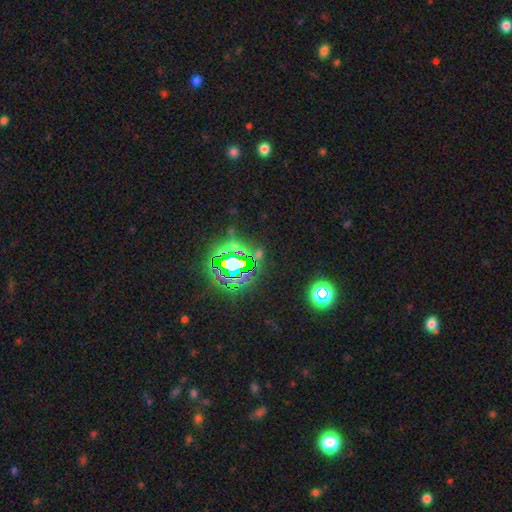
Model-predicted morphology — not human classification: Q: Smooth or featured?
A: star or artifact (79%); runner-up: smooth (12%)